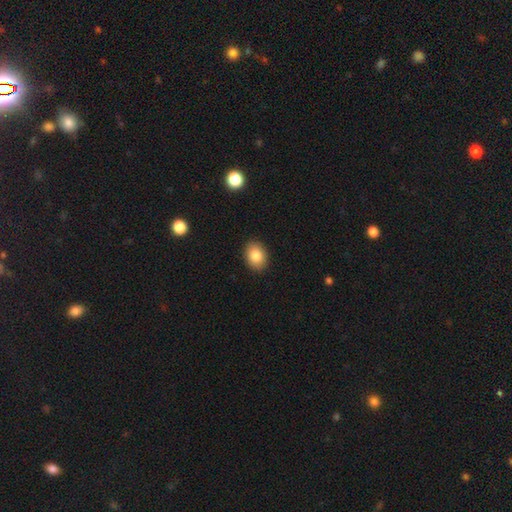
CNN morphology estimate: smooth_or_featured: smooth (p=0.84) [alt: star or artifact p=0.08]
how_rounded: in between (p=0.66) [alt: round p=0.33]
merging: none (p=0.90) [alt: minor disturbance p=0.07]